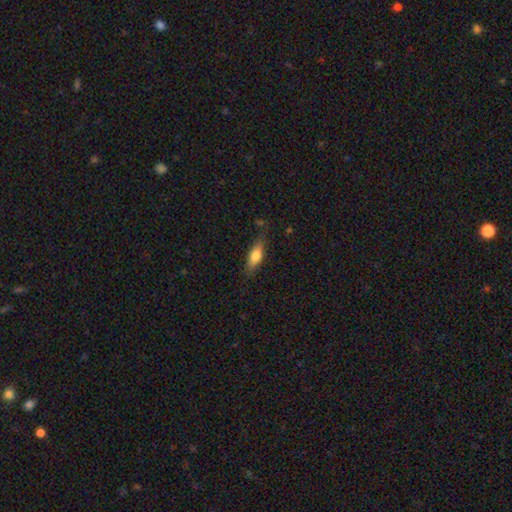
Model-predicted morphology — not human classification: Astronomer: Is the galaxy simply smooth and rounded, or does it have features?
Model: smooth — 72%.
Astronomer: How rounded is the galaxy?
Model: in between — 62%.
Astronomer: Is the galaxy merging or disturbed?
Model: none — 78%.